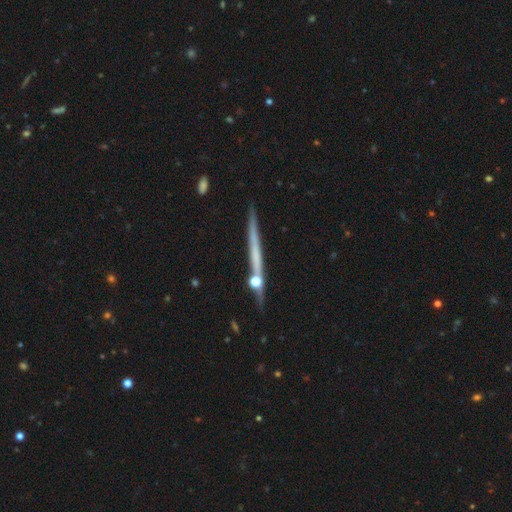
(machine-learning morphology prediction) This appears to be a featured or disk galaxy (57%) viewed edge-on (96%) with no central bulge (83%). Merging: none (83%).